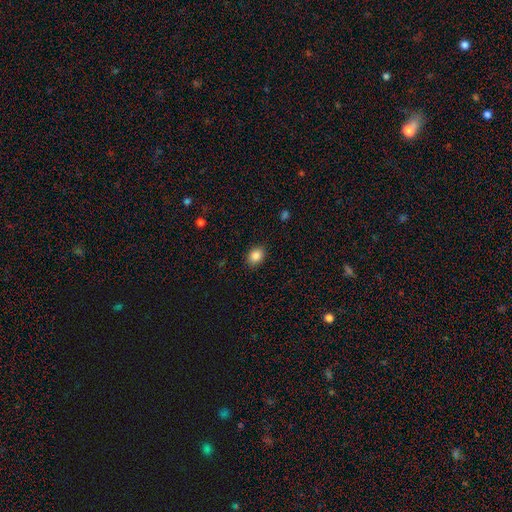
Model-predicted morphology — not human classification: type=smooth (87%); roundness=in between (54%); merging=none (88%).